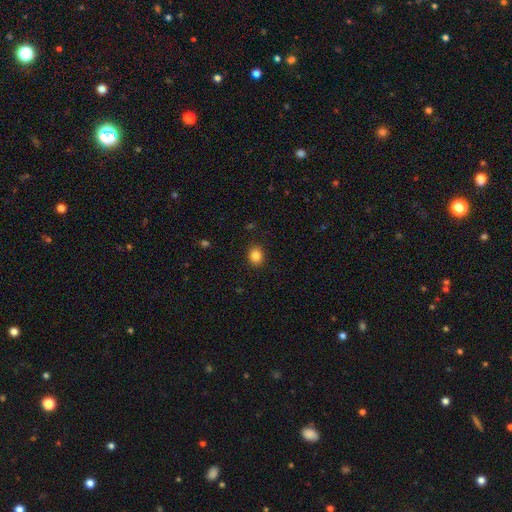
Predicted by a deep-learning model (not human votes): This appears to be a smooth galaxy with no disk features (85%) that is round (64%). Merging: none (89%).